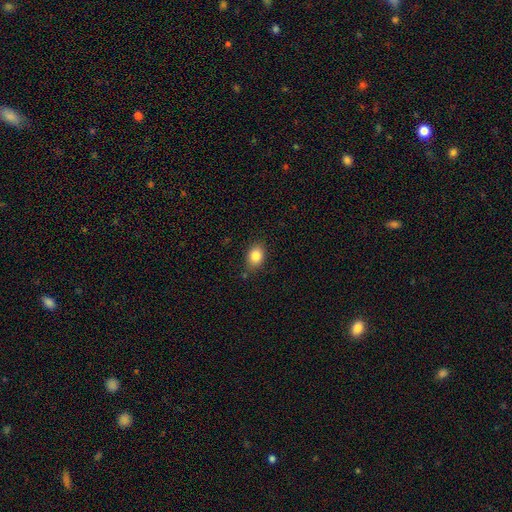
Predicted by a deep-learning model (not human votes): This is clearly a smooth galaxy (85%). How rounded: likely in between (72%). Merging: clearly none (81%).